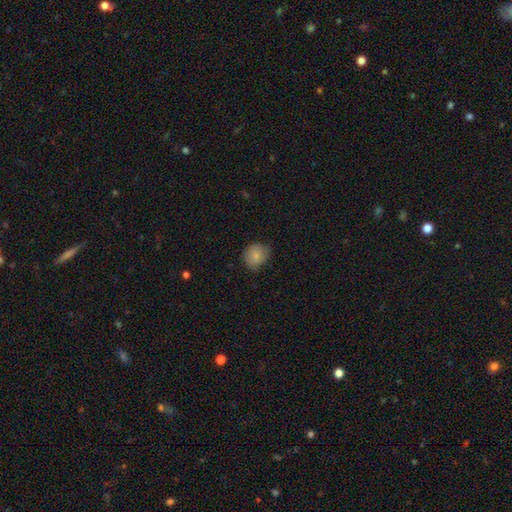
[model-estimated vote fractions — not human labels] This appears to be a smooth galaxy with no disk features (83%) that is round (69%). Merging: none (68%).